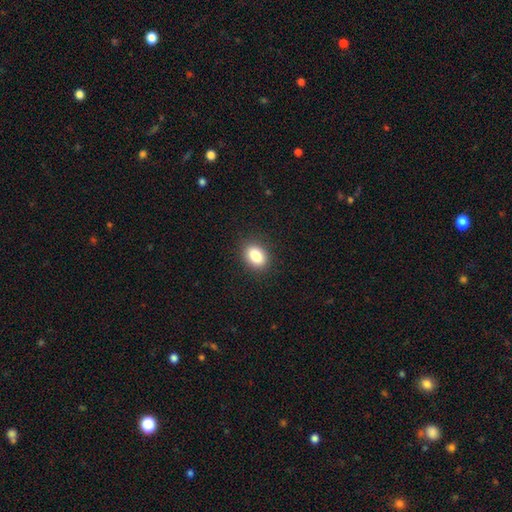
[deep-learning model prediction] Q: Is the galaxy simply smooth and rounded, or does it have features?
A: smooth — 86%.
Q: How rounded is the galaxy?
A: in between — 79%.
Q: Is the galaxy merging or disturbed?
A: none — 88%.